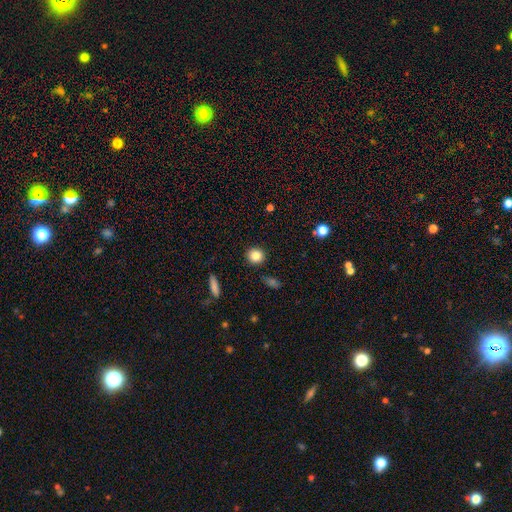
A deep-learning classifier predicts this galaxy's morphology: smooth_or_featured: smooth (p=0.83) [alt: star or artifact p=0.10]
how_rounded: round (p=0.90) [alt: in between p=0.09]
merging: none (p=0.91) [alt: minor disturbance p=0.06]